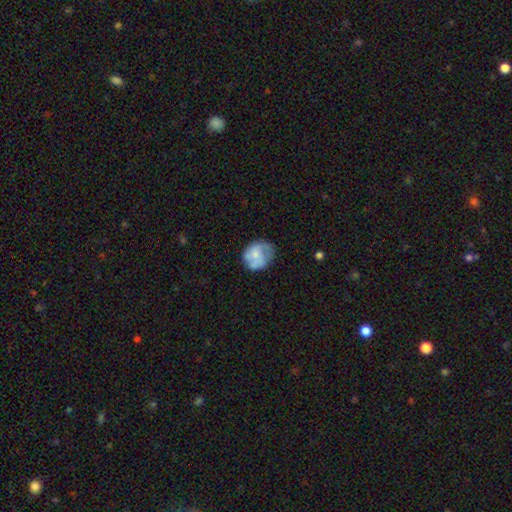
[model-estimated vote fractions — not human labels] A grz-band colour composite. It shows a smooth galaxy with no disk features (50%). Merging: none (59%).